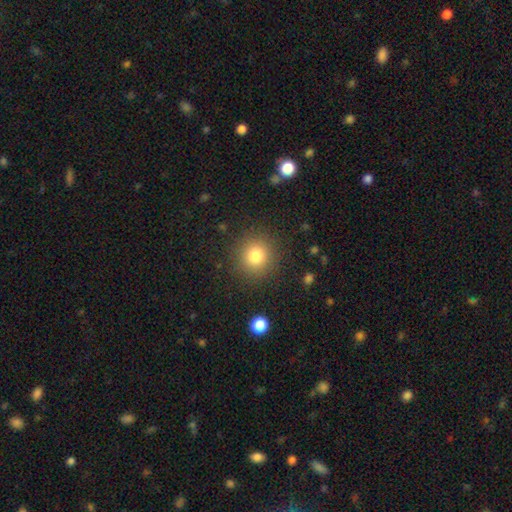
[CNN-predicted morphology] Smooth or featured? smooth (80%)
How rounded? round (92%)
Merging? none (89%)